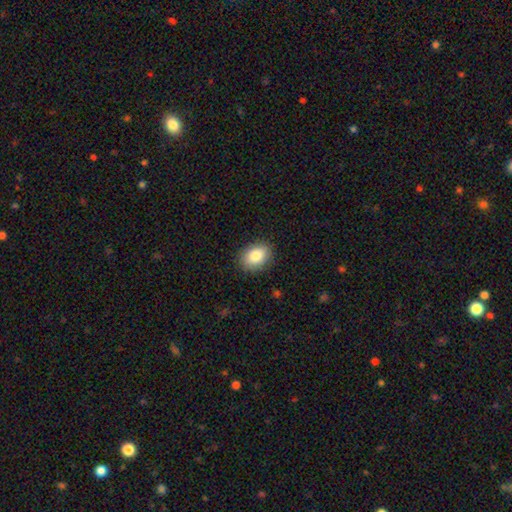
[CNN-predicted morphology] A smooth galaxy with no disk features (84%) that is in between round and cigar-shaped (74%). Merging: none (88%).